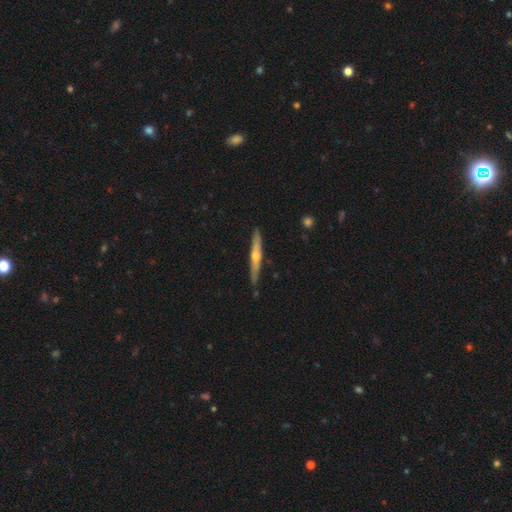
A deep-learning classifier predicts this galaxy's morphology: A featured or disk galaxy (63%) viewed edge-on (95%) with a rounded central bulge (84%). Merging: none (88%).